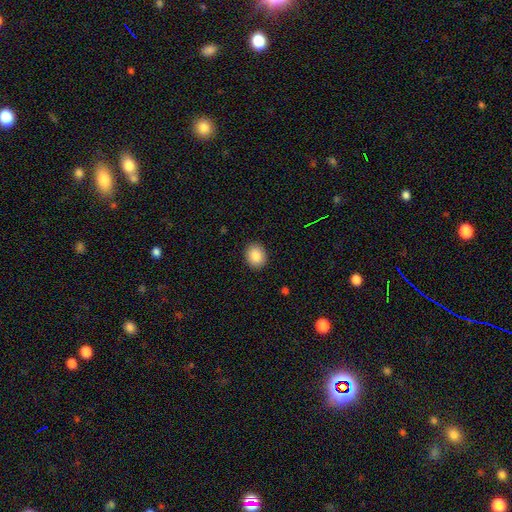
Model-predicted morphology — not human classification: The model was most divided on "how rounded": round: 53%, in between: 46%, cigar-shaped: 1%. More confident: merging — none (91%); smooth or featured — smooth (88%).